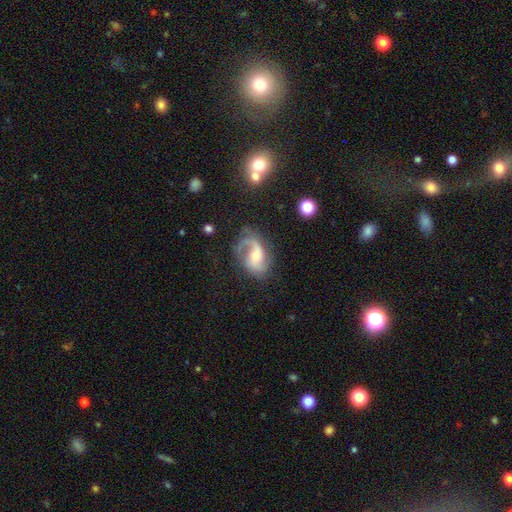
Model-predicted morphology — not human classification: A featured or disk galaxy (81%) with no bar (50%), 2 (60%) medium (43%) spiral arms (94%) and a moderate central bulge (53%).

Vote fractions:
- Smooth or featured? featured or disk: 81% / smooth: 12% / star or artifact: 7%
- Edge-on disk? no: 97% / yes: 3%
- Bar? no: 50% / weak: 39% / strong: 11%
- Spiral arms? yes: 94% / no: 6%
- Spiral winding? medium: 43% / loose: 41% / tight: 16%
- Spiral arm count? 2: 60% / 1: 29% / can't tell: 6% / 3: 3% / 4: 1% / more than 4: 1%
- Bulge size? moderate: 53% / small: 40% / large: 4% / none: 2% / dominant: 1%
- Merging? none: 54% / minor disturbance: 23% / major disturbance: 20% / merger: 3%